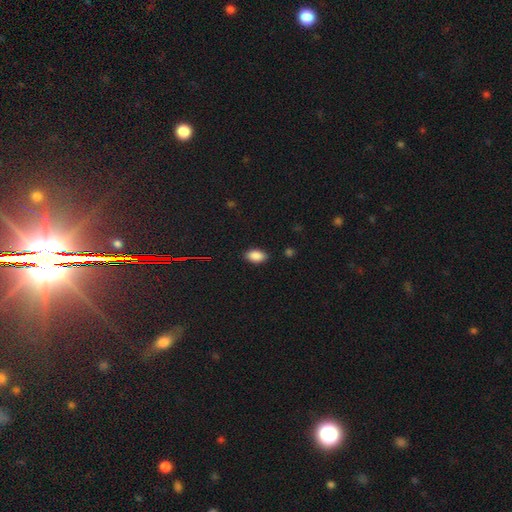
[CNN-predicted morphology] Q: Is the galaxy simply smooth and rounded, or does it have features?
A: smooth — 87%.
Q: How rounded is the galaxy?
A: in between — 91%.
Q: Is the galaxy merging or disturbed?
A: none — 84%.